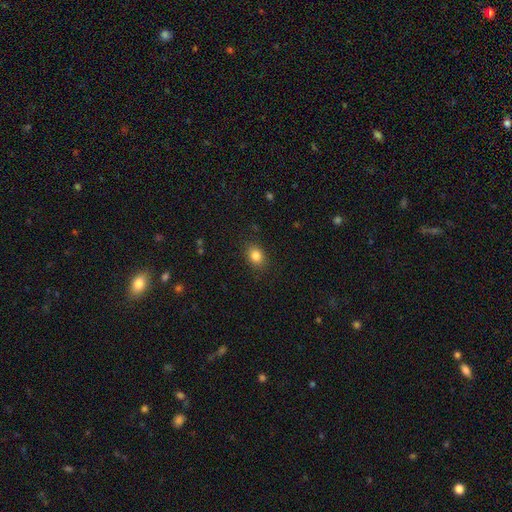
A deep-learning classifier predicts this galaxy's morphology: The model was most divided on "how rounded": in between: 62%, round: 37%, cigar-shaped: 1%. More confident: merging — none (86%); smooth or featured — smooth (84%).